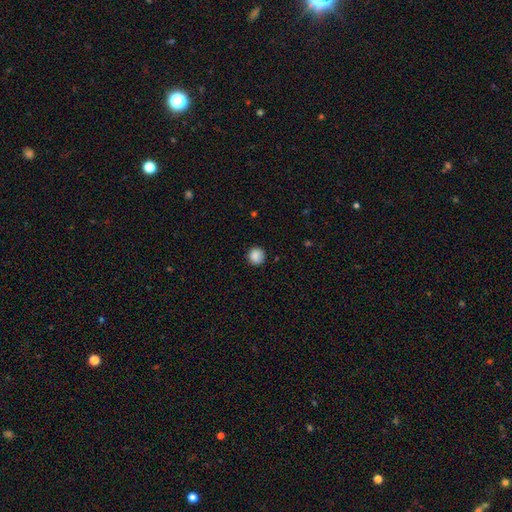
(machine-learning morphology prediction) This is clearly a smooth galaxy (87%). How rounded: clearly round (92%). Merging: clearly none (88%).